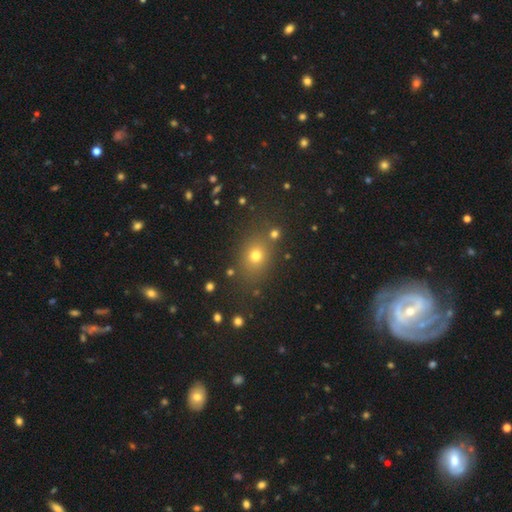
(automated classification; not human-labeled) A smooth galaxy with no disk features (69%) that is round (56%).

Vote fractions:
- Smooth or featured? smooth: 69% / star or artifact: 21% / featured or disk: 10%
- How rounded? round: 56% / in between: 43% / cigar-shaped: 1%
- Merging? none: 80% / minor disturbance: 10% / merger: 6% / major disturbance: 4%